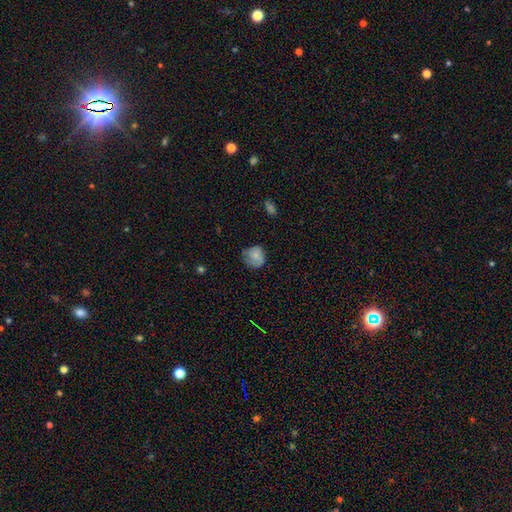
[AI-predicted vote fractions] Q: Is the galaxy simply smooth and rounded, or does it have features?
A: smooth — 79%.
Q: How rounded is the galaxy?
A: round — 77%.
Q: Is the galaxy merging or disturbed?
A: none — 58%.